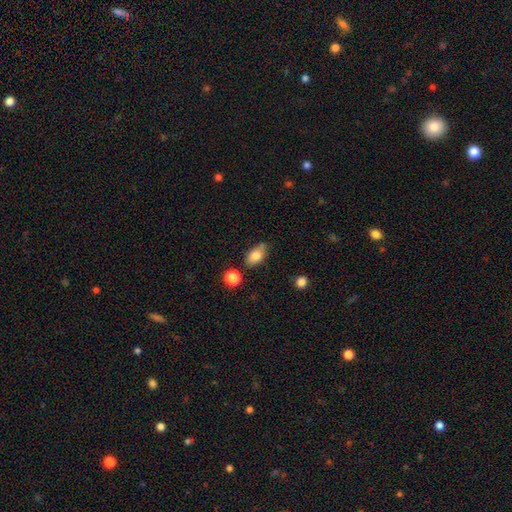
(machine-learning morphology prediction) smooth-or-featured: smooth: 79% | featured or disk: 13% | star or artifact: 9%
  how-rounded: in between: 85% | round: 11% | cigar-shaped: 3%
  merging: none: 66% | minor disturbance: 24% | merger: 6% | major disturbance: 5%